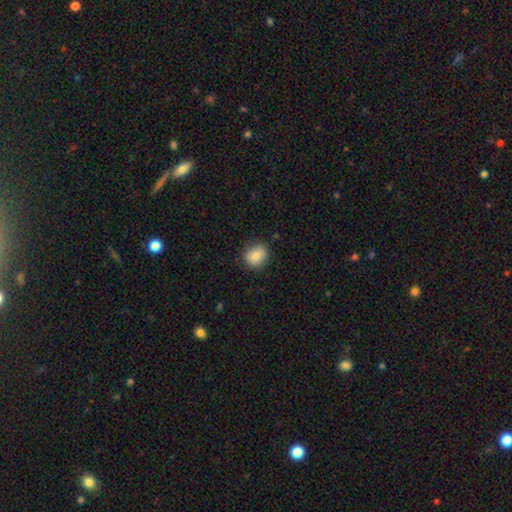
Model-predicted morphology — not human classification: Overall: smooth (84%). How rounded: round (68%; in between 31%). Merging: none (84%).